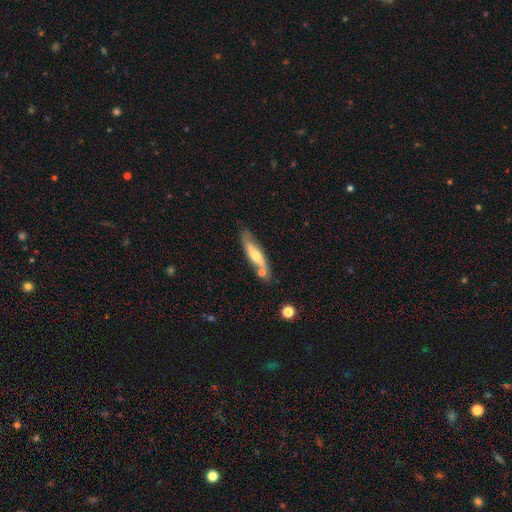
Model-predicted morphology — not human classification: smooth 49%, featured or disk 45%, star or artifact 6%. Down the decision tree: merging — none (64%).